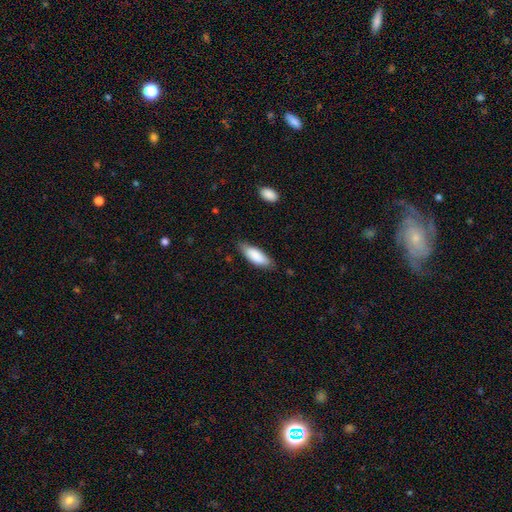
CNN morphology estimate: Smooth or featured? smooth (85%)
How rounded? in between (68%)
Merging? none (76%)